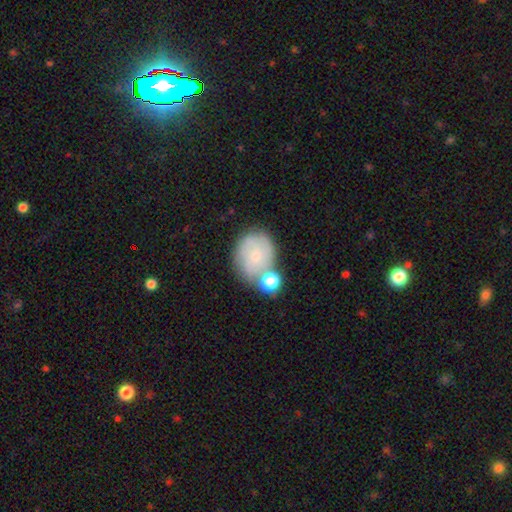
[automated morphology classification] Smooth or featured?
  - smooth: 57% *
  - featured or disk: 33%
  - star or artifact: 9%
How rounded?
  - round: 65% *
  - in between: 34%
  - cigar-shaped: 1%
Merging?
  - none: 50% *
  - merger: 23%
  - minor disturbance: 19%
  - major disturbance: 8%